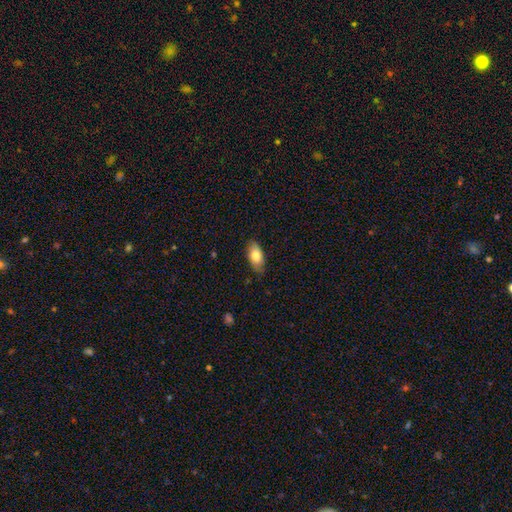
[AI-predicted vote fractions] smooth 78%, featured or disk 15%, star or artifact 7%. Down the decision tree: how rounded — in between (92%); merging — none (82%).